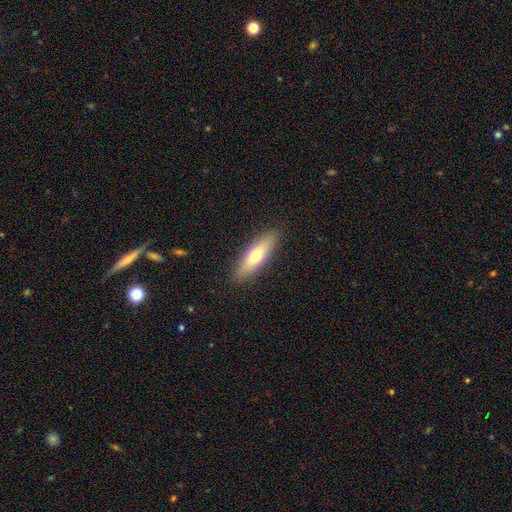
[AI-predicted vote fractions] This appears to be a smooth galaxy with no disk features (63%) that is cigar-shaped (58%). Merging: none (88%).